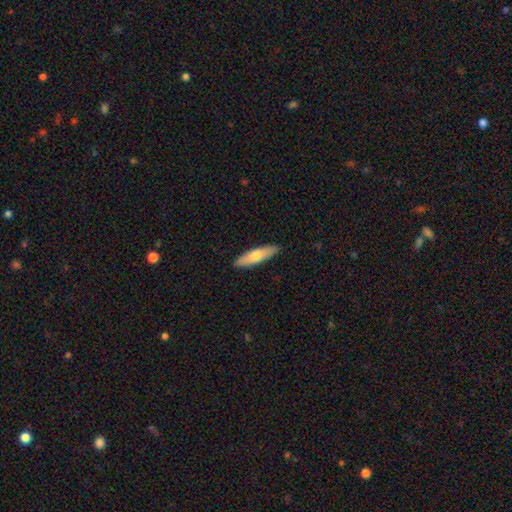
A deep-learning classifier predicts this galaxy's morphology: Q: Smooth or featured?
A: smooth (70%); runner-up: featured or disk (24%)
Q: How rounded?
A: cigar-shaped (67%); runner-up: in between (31%)
Q: Merging?
A: none (90%); runner-up: minor disturbance (8%)